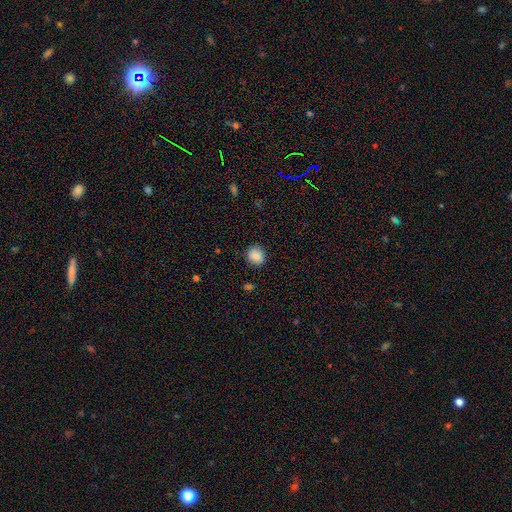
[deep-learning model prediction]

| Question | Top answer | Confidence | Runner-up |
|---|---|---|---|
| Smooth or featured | smooth | 86% | star or artifact (9%) |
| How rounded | round | 84% | in between (15%) |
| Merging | none | 88% | minor disturbance (8%) |